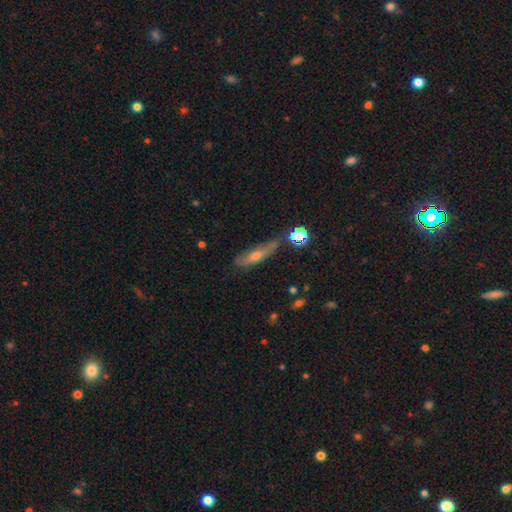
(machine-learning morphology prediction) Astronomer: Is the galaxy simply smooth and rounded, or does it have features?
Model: featured or disk — 45% (runner-up: smooth, 43%).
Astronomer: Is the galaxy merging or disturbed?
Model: none — 52% (runner-up: minor disturbance, 28%).